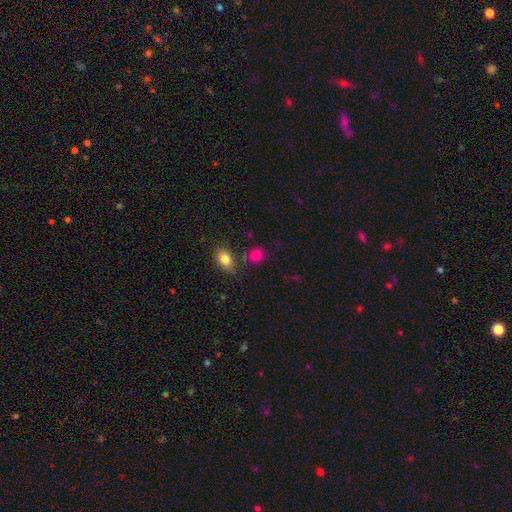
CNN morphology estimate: A smooth galaxy with no disk features (82%) that is round (68%). Merging: none (72%).